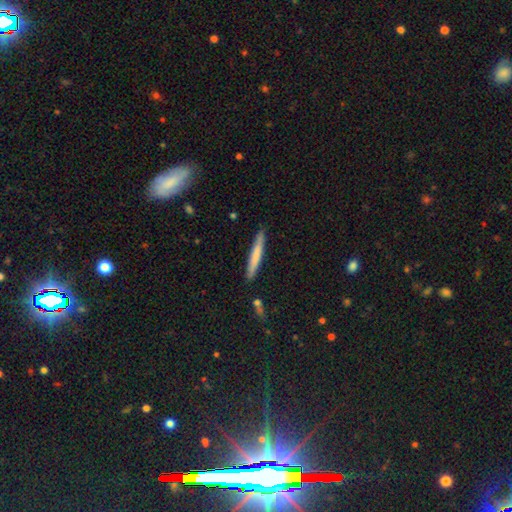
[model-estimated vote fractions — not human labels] The model was most divided on "smooth or featured": smooth: 69%, featured or disk: 25%, star or artifact: 6%. More confident: how rounded — cigar-shaped (95%); merging — none (86%).